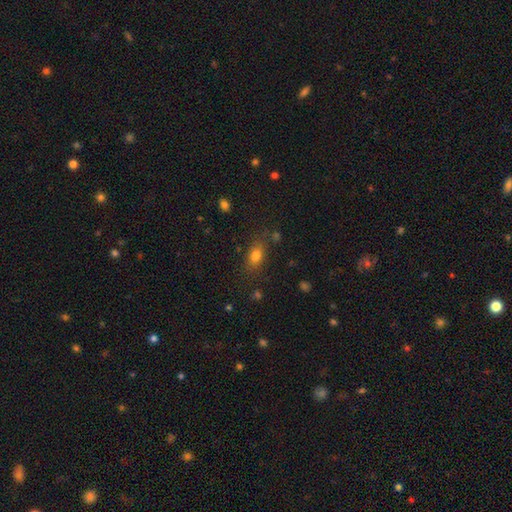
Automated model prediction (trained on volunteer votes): smooth-or-featured: smooth: 77% | star or artifact: 13% | featured or disk: 10%
  how-rounded: in between: 75% | round: 18% | cigar-shaped: 7%
  merging: none: 75% | minor disturbance: 15% | major disturbance: 5% | merger: 4%